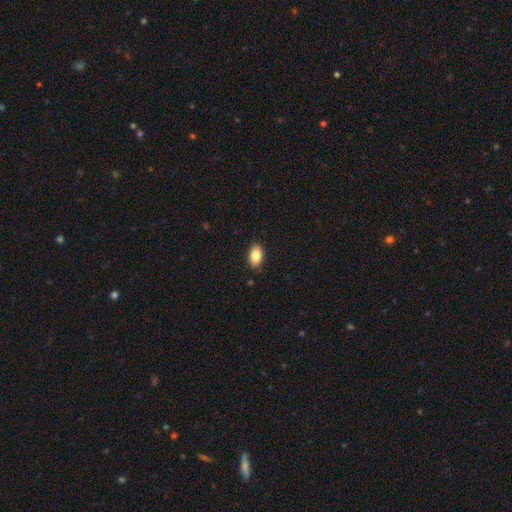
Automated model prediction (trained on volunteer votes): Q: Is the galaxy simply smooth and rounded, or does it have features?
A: smooth — 85%.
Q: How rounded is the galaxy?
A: in between — 91%.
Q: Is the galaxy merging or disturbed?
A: none — 88%.